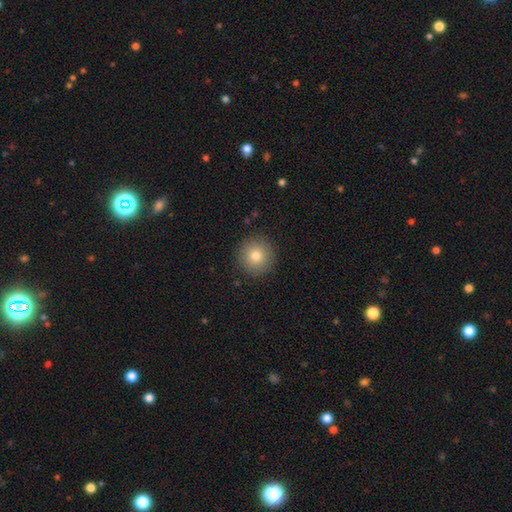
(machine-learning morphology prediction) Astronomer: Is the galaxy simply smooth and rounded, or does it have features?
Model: smooth — 81%.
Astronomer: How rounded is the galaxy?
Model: round — 95%.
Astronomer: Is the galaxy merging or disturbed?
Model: none — 91%.